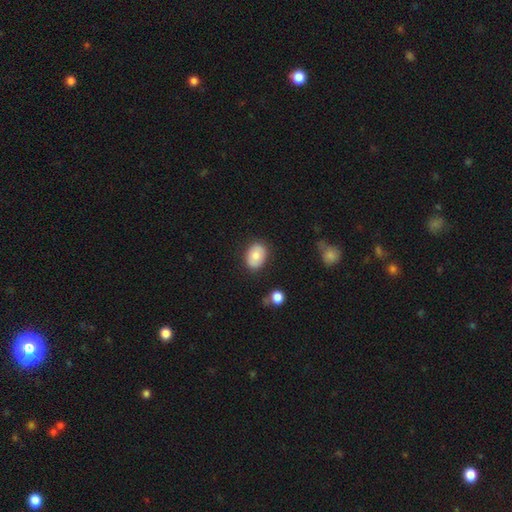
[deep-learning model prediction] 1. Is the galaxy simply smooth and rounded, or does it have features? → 80% smooth, 13% featured or disk, 7% star or artifact.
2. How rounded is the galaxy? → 77% in between, 21% round, 1% cigar-shaped.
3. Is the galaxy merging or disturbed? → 83% none, 12% minor disturbance, 3% major disturbance, 2% merger.